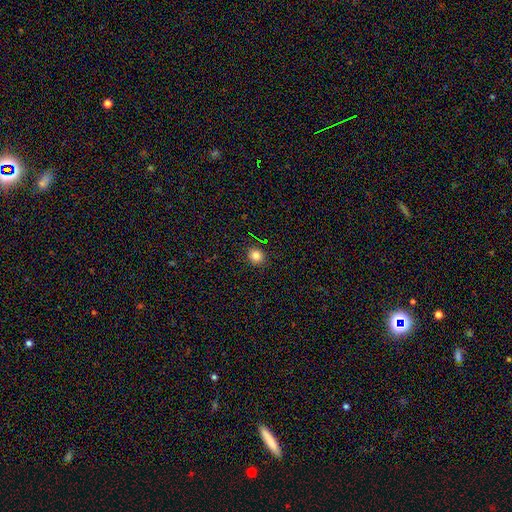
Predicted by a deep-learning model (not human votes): Morphology: type=smooth (82%); roundness=round (85%); merging=none (91%).